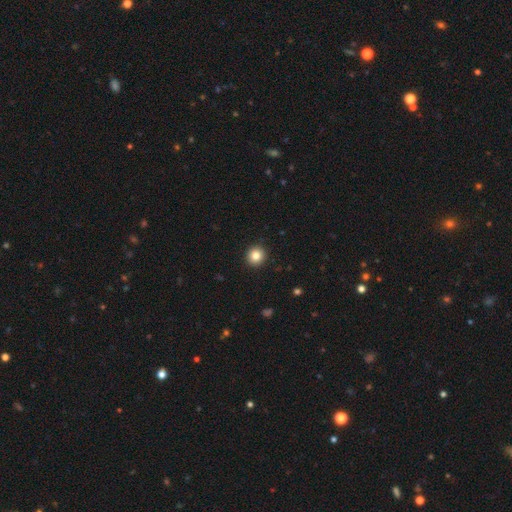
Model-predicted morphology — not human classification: Smooth or featured? Predicted: smooth (p=0.83). How rounded? Predicted: round (p=0.91). Merging? Predicted: none (p=0.93).